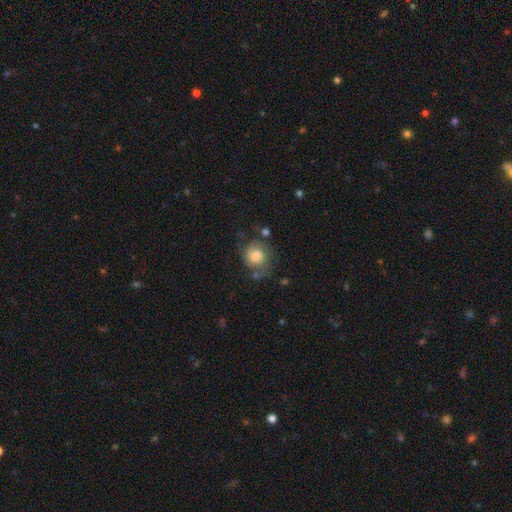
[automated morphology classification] Overall: smooth (66%). How rounded: round (78%). Merging: none (56%; minor disturbance 25%).